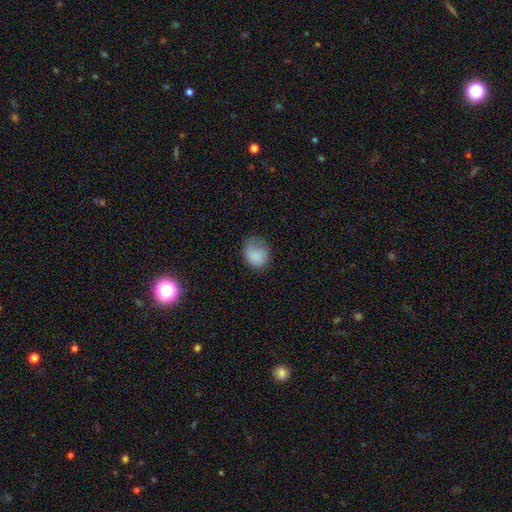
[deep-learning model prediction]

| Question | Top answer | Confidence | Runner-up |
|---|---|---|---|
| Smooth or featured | smooth | 83% | featured or disk (9%) |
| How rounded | in between | 50% | round (49%) |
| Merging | none | 50% | minor disturbance (32%) |